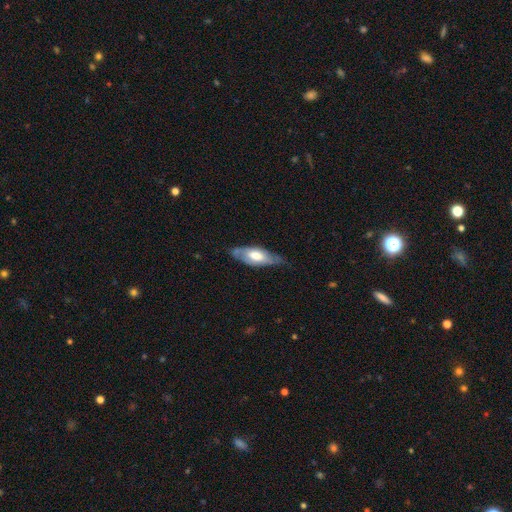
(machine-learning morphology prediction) Q: Smooth or featured?
A: featured or disk (51%); runner-up: smooth (43%)
Q: Edge-on disk?
A: no (60%); runner-up: yes (40%)
Q: Merging?
A: none (62%); runner-up: minor disturbance (29%)